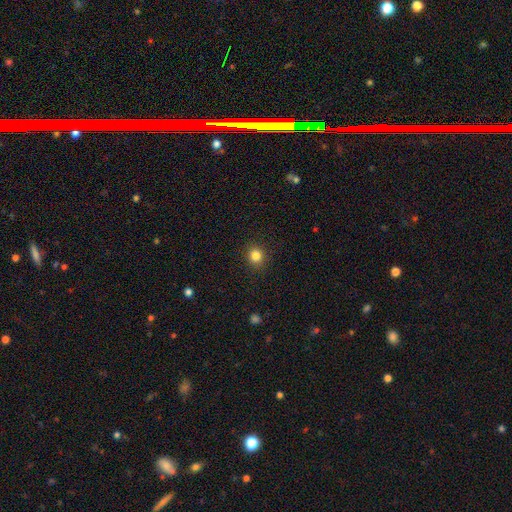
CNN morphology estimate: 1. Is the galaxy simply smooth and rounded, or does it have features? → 84% smooth, 12% star or artifact, 5% featured or disk.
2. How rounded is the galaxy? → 83% round, 16% in between, 1% cigar-shaped.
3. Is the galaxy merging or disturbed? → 90% none, 7% minor disturbance, 2% major disturbance, 1% merger.